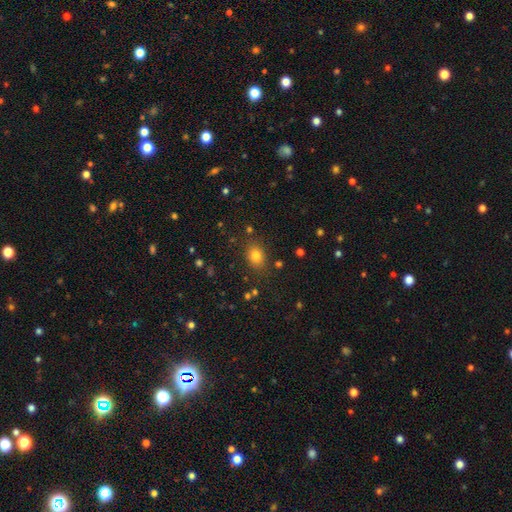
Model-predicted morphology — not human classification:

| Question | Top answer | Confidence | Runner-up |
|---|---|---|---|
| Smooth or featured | smooth | 78% | star or artifact (14%) |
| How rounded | in between | 55% | round (43%) |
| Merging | none | 82% | minor disturbance (11%) |